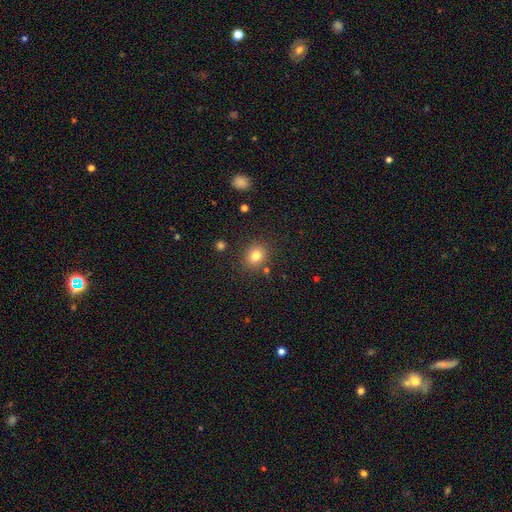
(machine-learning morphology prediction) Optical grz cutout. It shows a smooth galaxy with no disk features (80%) that is round (69%). Merging: none (85%).